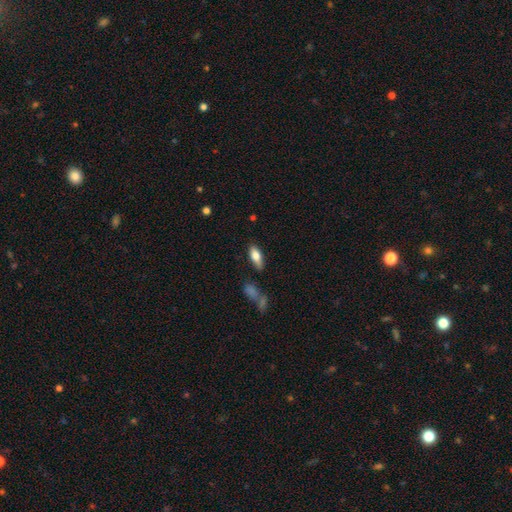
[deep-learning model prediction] This is likely a smooth galaxy (75%). How rounded: likely in between (79%). Merging: clearly none (81%).